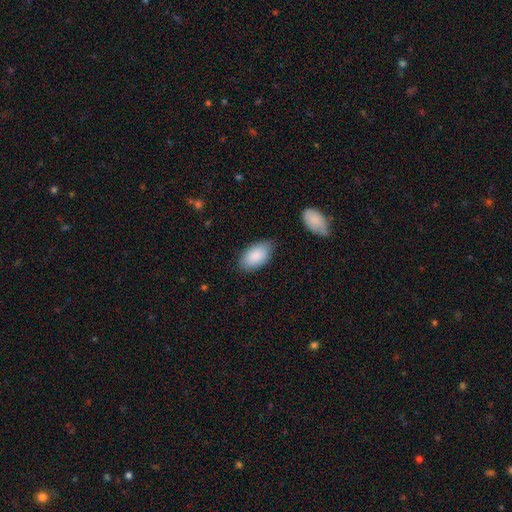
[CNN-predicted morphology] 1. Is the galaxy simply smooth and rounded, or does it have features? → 89% smooth, 6% star or artifact, 5% featured or disk.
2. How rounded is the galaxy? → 95% in between, 3% round, 2% cigar-shaped.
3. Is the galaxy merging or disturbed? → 78% none, 16% minor disturbance, 3% major disturbance, 2% merger.